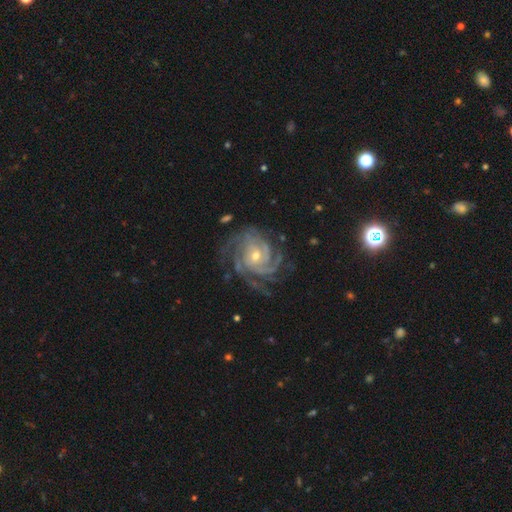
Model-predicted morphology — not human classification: smooth_or_featured: featured or disk (p=0.92) [alt: star or artifact p=0.05]
disk_edge_on: no (p=0.98) [alt: yes p=0.02]
bar: no (p=0.63) [alt: weak p=0.29]
has_spiral_arms: yes (p=0.98) [alt: no p=0.02]
spiral_winding: tight (p=0.71) [alt: medium p=0.25]
spiral_arm_count: 4 (p=0.33) [alt: 3 p=0.21]
bulge_size: small (p=0.52) [alt: moderate p=0.45]
merging: none (p=0.74) [alt: minor disturbance p=0.16]